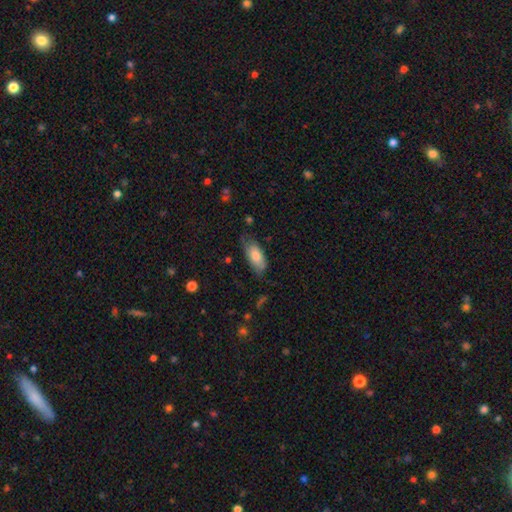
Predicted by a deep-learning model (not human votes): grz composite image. It shows a smooth galaxy with no disk features (78%) that is in between round and cigar-shaped (86%). Merging: none (60%).